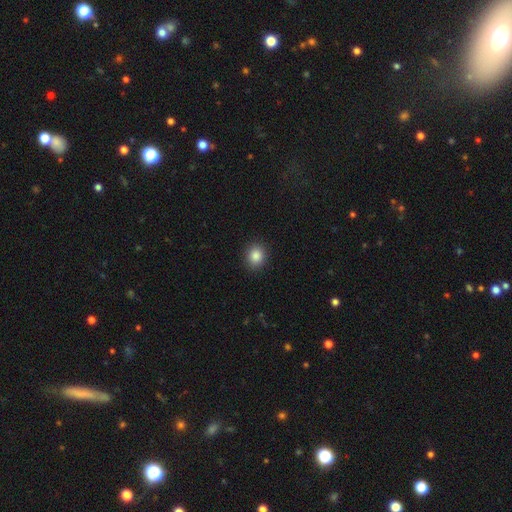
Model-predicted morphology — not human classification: This is clearly a smooth galaxy (86%). How rounded: likely round (74%). Merging: clearly none (91%).